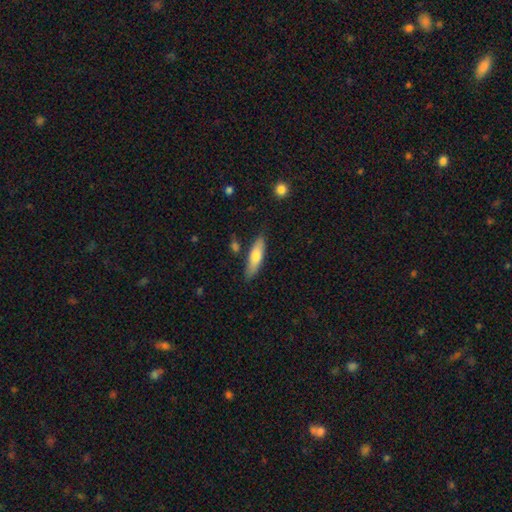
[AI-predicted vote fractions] A smooth galaxy with no disk features (69%) that is cigar-shaped (63%).

Vote fractions:
- Smooth or featured? smooth: 69% / featured or disk: 26% / star or artifact: 6%
- How rounded? cigar-shaped: 63% / in between: 35% / round: 2%
- Merging? none: 81% / minor disturbance: 13% / merger: 4% / major disturbance: 3%